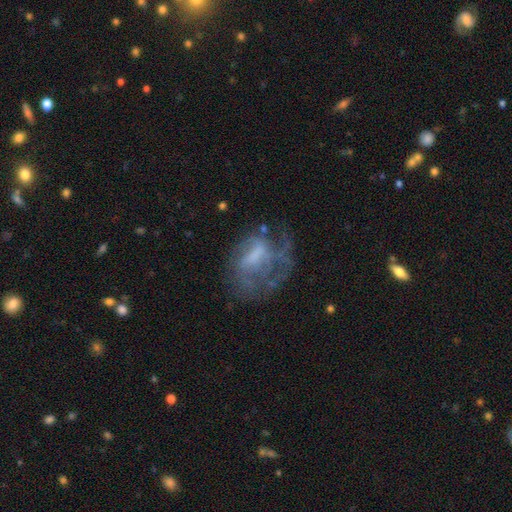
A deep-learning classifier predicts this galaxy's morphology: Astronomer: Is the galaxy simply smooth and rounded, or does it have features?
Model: featured or disk — 64%.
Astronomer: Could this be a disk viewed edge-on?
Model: no — 96%.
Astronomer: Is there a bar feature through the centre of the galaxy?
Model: no — 47% (runner-up: weak, 38%).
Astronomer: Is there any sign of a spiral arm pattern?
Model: yes — 51% (runner-up: no, 49%).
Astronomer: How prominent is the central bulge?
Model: none — 42% (runner-up: moderate, 27%).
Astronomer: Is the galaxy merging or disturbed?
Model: none — 39% (runner-up: major disturbance, 37%).